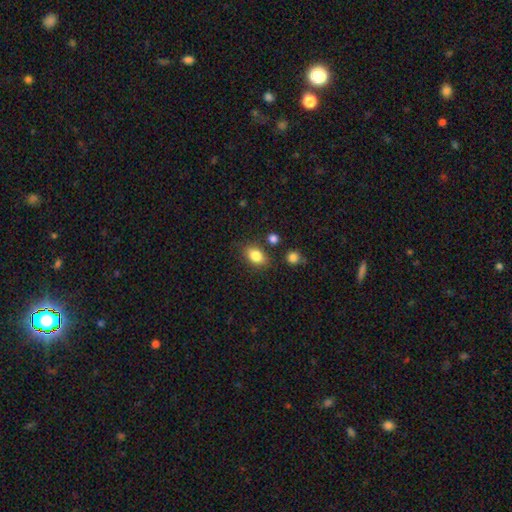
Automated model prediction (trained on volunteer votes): This is clearly a smooth galaxy (84%). How rounded: likely in between (78%). Merging: likely none (78%).